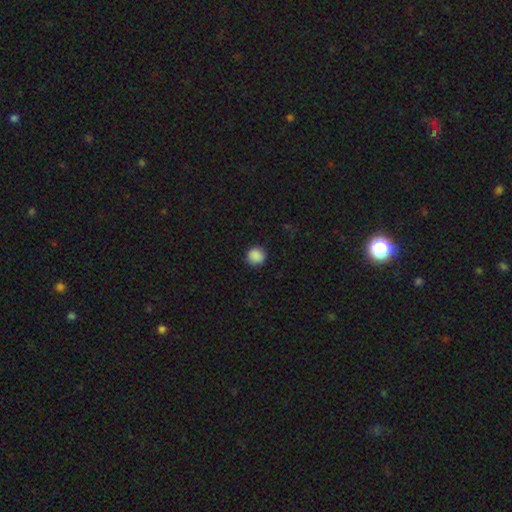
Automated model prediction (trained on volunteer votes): Smooth or featured? Predicted: smooth (p=0.89). How rounded? Predicted: round (p=0.93). Merging? Predicted: none (p=0.90).